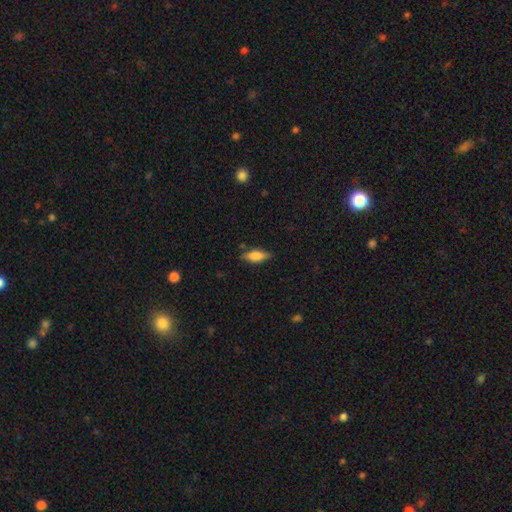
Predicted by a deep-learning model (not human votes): A smooth galaxy with no disk features (72%) that is in between round and cigar-shaped (71%). Merging: none (80%).